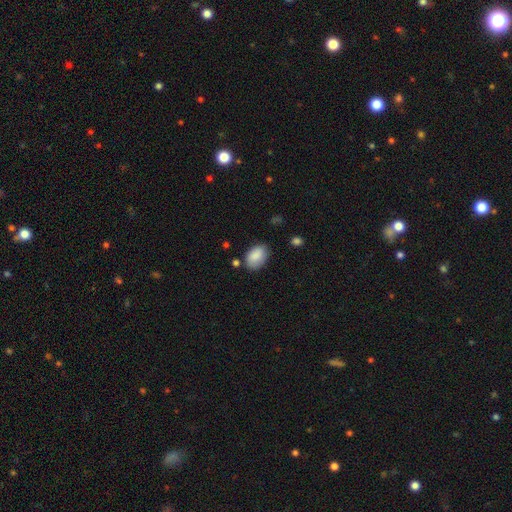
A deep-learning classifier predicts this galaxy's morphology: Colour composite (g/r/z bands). It shows a smooth galaxy with no disk features (87%) that is in between round and cigar-shaped (88%). Merging: none (73%).